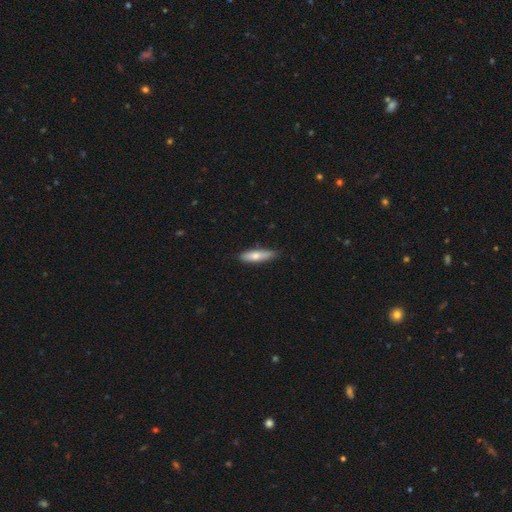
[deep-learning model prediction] Smooth or featured? smooth (71%)
How rounded? cigar-shaped (68%)
Merging? none (82%)